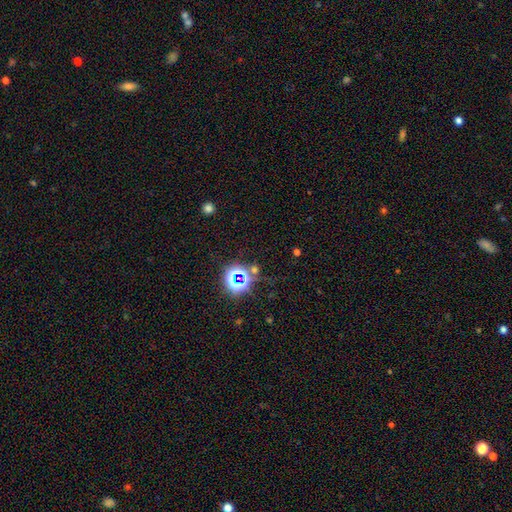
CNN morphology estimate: Q: Smooth or featured?
A: star or artifact (68%); runner-up: smooth (24%)